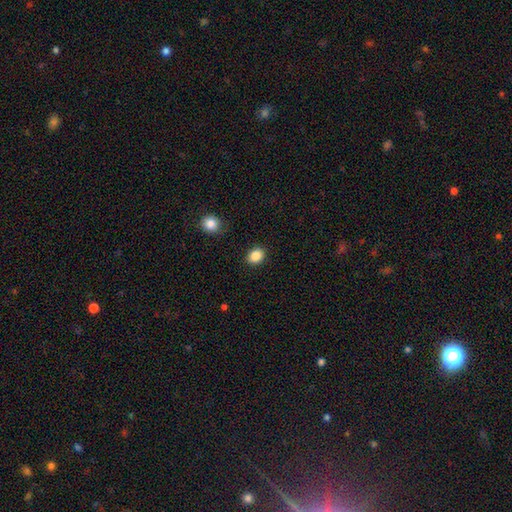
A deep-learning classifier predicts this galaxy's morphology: smooth 87%, star or artifact 9%, featured or disk 4%. Down the decision tree: how rounded — round (52%); merging — none (89%).